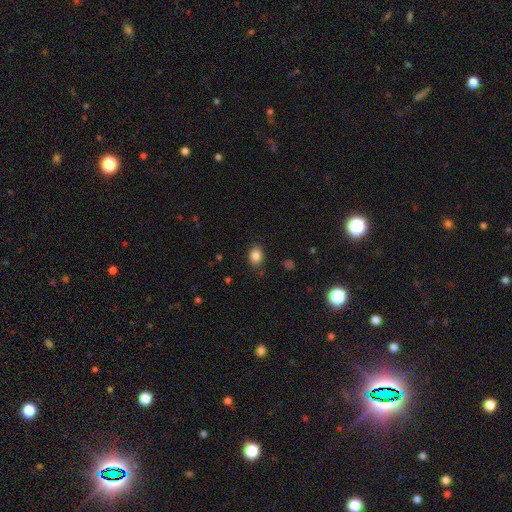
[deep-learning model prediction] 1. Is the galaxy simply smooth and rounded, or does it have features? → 85% smooth, 10% star or artifact, 5% featured or disk.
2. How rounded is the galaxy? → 59% in between, 40% round, 1% cigar-shaped.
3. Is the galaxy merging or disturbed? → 85% none, 10% minor disturbance, 3% major disturbance, 1% merger.